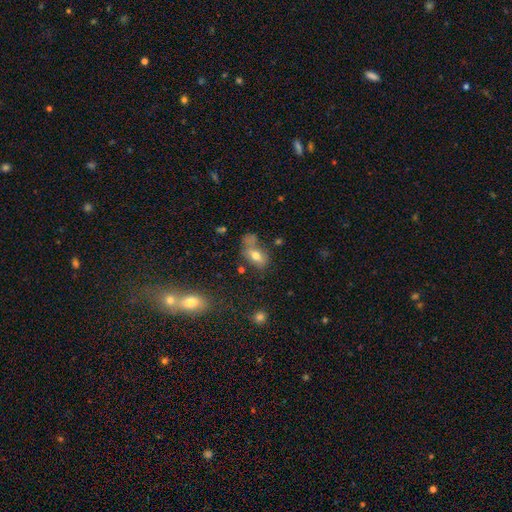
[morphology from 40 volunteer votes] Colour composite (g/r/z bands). It shows a smooth galaxy with no disk features (60%) that is in between round and cigar-shaped (88%). Merging: none (49%).